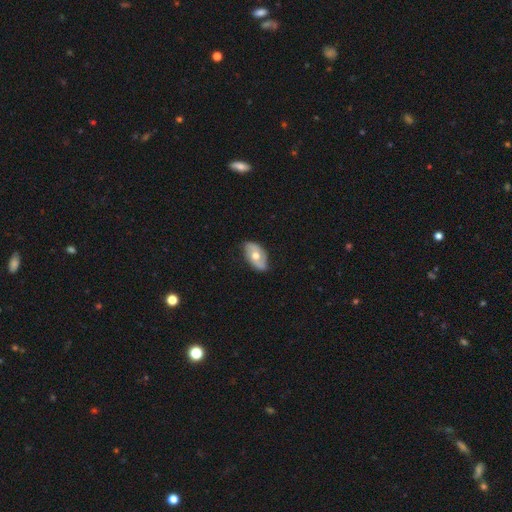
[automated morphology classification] smooth-or-featured: smooth: 49% | featured or disk: 45% | star or artifact: 6%
  merging: none: 80% | minor disturbance: 16% | major disturbance: 3% | merger: 1%